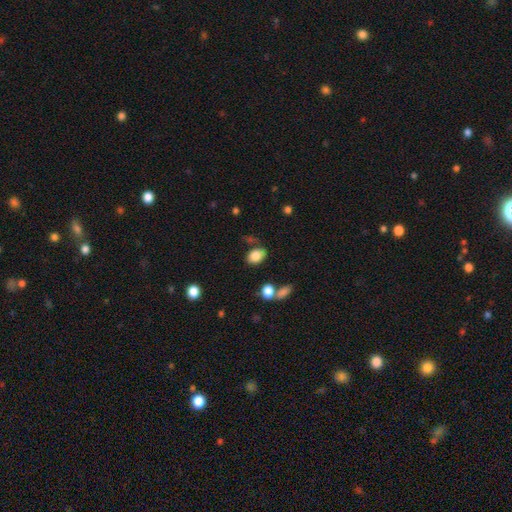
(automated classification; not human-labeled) Morphology: type=smooth (83%); roundness=in between (81%); merging=none (71%).